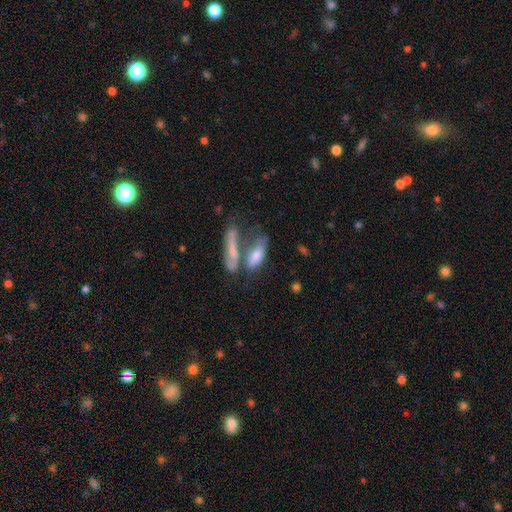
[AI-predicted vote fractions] A smooth galaxy with no disk features (64%) that is in between round and cigar-shaped (58%). Merging: merger (51%).